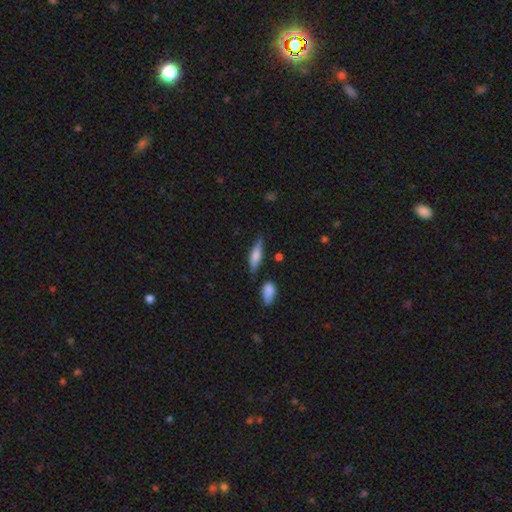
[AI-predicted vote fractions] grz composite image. It shows a smooth galaxy with no disk features (61%) that is cigar-shaped (63%). Merging: none (77%).